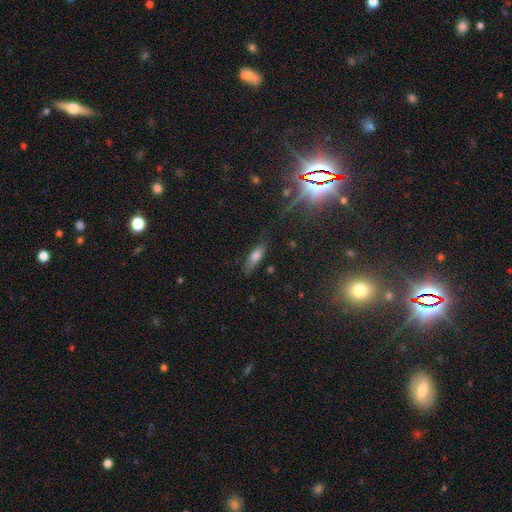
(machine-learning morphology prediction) Smooth or featured?
  - smooth: 71% *
  - featured or disk: 19%
  - star or artifact: 10%
How rounded?
  - in between: 49% * (tied)
  - cigar-shaped: 49% * (tied)
  - round: 3%
Merging?
  - none: 72% *
  - minor disturbance: 20%
  - major disturbance: 5%
  - merger: 3%